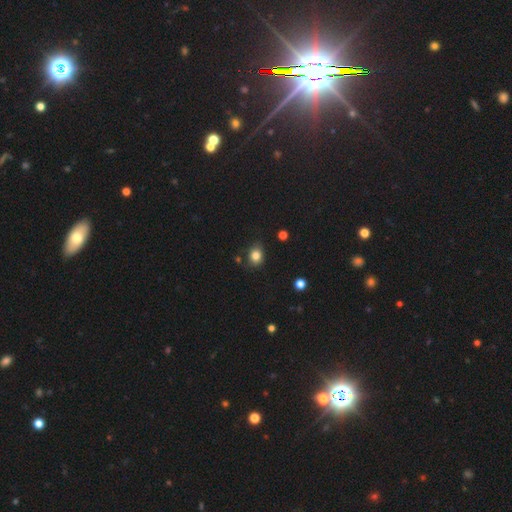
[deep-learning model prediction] smooth 83%, star or artifact 12%, featured or disk 6%. Down the decision tree: how rounded — round (58%); merging — none (77%).